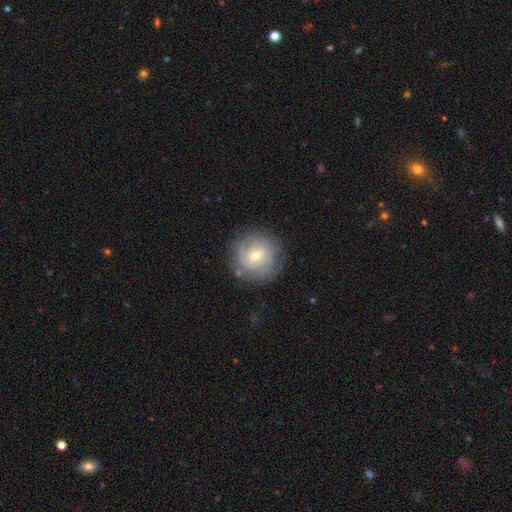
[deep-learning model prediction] Smooth or featured?
  - featured or disk: 64% *
  - smooth: 28%
  - star or artifact: 8%
Edge-on disk?
  - no: 97% *
  - yes: 3%
Bar?
  - no: 65% *
  - weak: 29%
  - strong: 5%
Spiral arms?
  - yes: 84% *
  - no: 16%
Spiral winding?
  - tight: 66% *
  - medium: 25%
  - loose: 9%
Spiral arm count?
  - can't tell: 42% *
  - 2: 26%
  - 3: 17%
  - 4: 6%
  - 1: 5%
  - more than 4: 4%
Bulge size?
  - moderate: 56% *
  - small: 40%
  - large: 3%
  - none: 1%
  - dominant: 1%
Merging?
  - none: 79% *
  - minor disturbance: 13%
  - major disturbance: 6%
  - merger: 2%